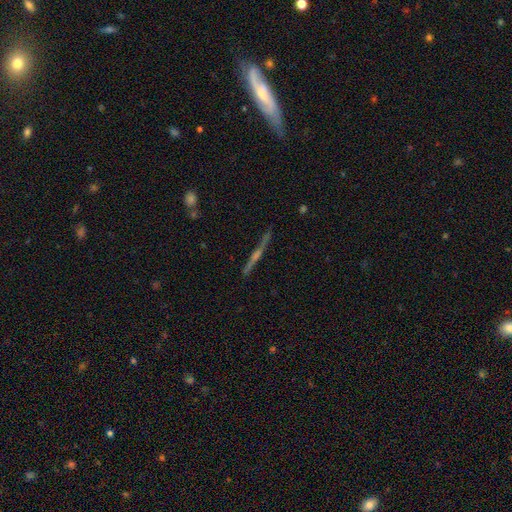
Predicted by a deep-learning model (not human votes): The model was most divided on "edge-on bulge": rounded: 73%, none: 17%, boxy: 10%. More confident: edge-on disk — yes (97%); merging — none (88%); smooth or featured — featured or disk (76%).